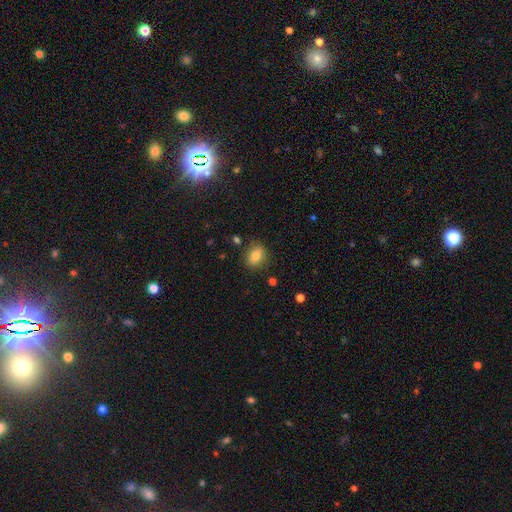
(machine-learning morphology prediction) Overall: smooth (78%). How rounded: in between (50%; round 49%). Merging: none (84%).